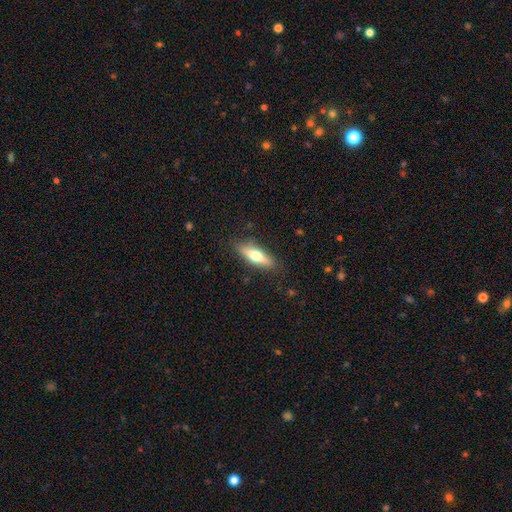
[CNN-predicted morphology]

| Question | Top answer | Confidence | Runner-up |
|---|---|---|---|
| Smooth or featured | smooth | 58% | featured or disk (36%) |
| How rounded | cigar-shaped | 54% | in between (43%) |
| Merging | none | 85% | minor disturbance (11%) |